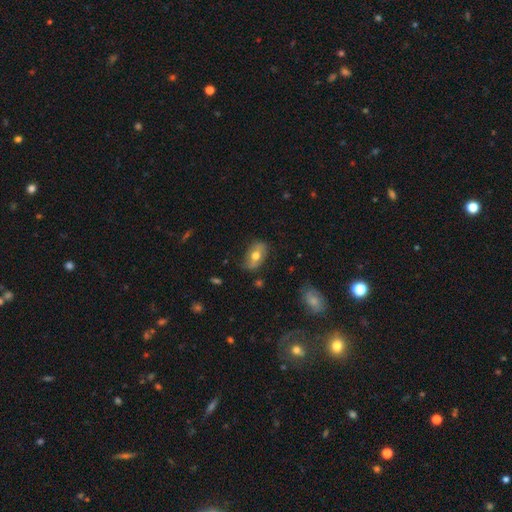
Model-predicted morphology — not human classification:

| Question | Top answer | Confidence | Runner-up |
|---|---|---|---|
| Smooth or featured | smooth | 53% | featured or disk (39%) |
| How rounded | in between | 86% | round (11%) |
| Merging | none | 72% | minor disturbance (21%) |